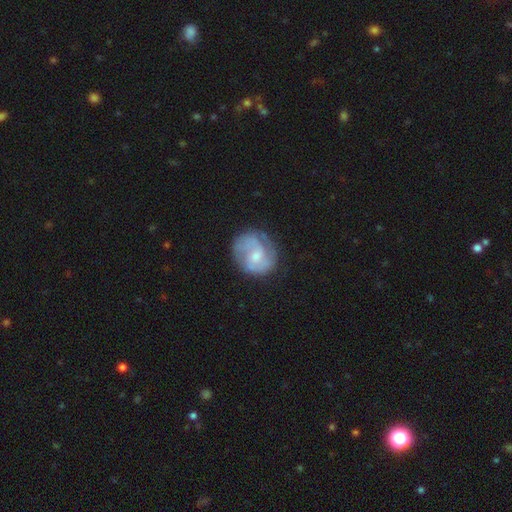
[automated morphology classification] The model was most divided on "spiral winding": tight: 43%, medium: 41%, loose: 17%. Remaining: edge-on disk — no (98%); spiral arms — yes (86%); merging — none (68%); smooth or featured — featured or disk (66%); spiral arm count — 2 (56%); bar — no (53%); bulge size — moderate (46%).